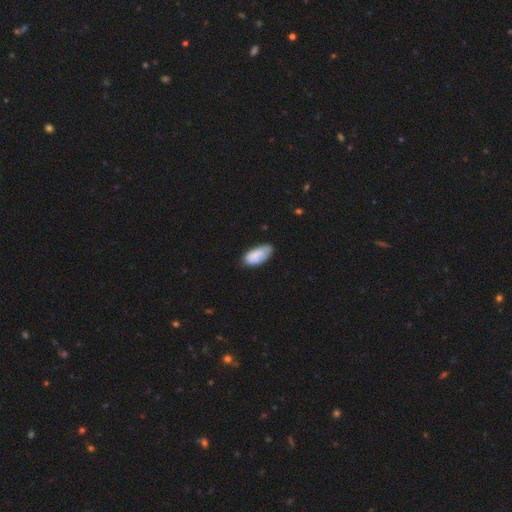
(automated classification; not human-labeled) This is clearly a smooth galaxy (80%). How rounded: clearly in between (92%). Merging: likely none (60%).